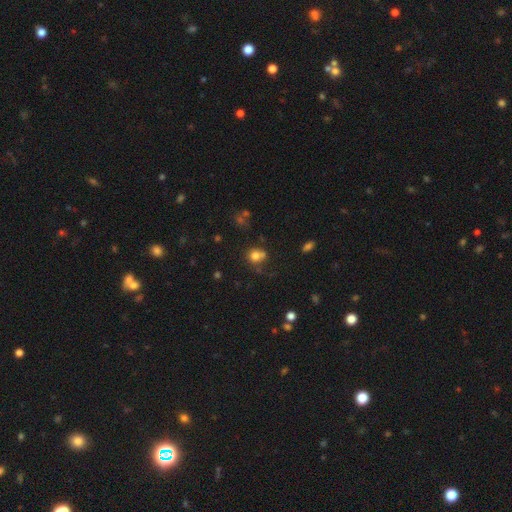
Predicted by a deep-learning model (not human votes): Smooth or featured: smooth — 77% (star or artifact — 13%)
How rounded: round — 72% (in between — 27%)
Merging: none — 55% (minor disturbance — 20%)